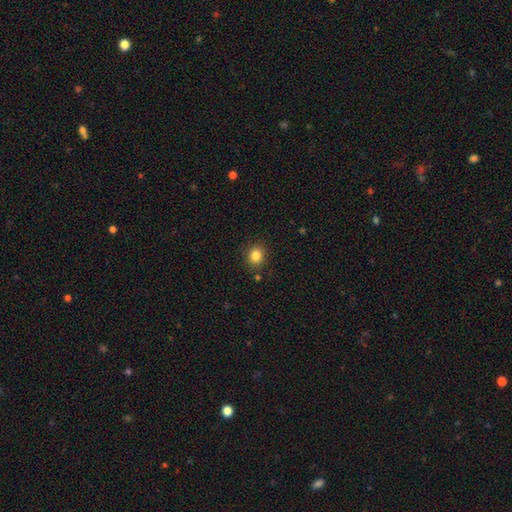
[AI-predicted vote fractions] The model was most divided on "how rounded": round: 72%, in between: 27%, cigar-shaped: 1%. More confident: merging — none (87%); smooth or featured — smooth (84%).